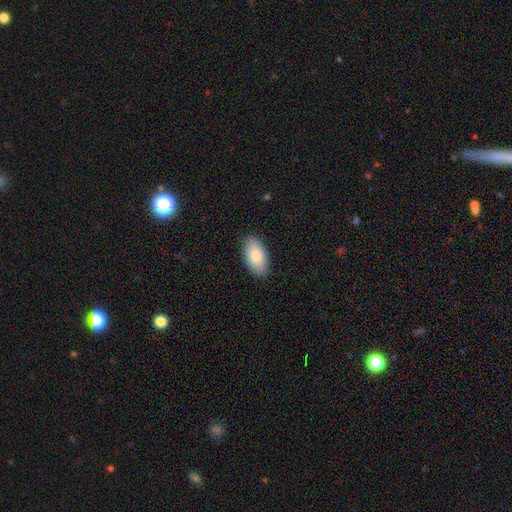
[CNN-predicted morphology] type=smooth (84%); roundness=in between (95%); merging=none (88%).